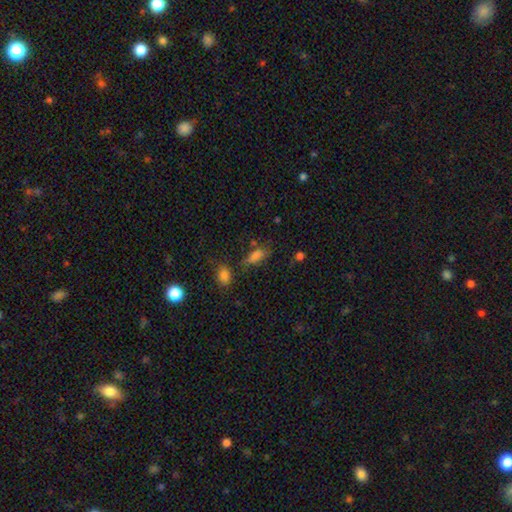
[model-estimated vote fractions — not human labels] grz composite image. It shows a smooth galaxy with no disk features (75%) that is in between round and cigar-shaped (76%). Merging: none (55%).